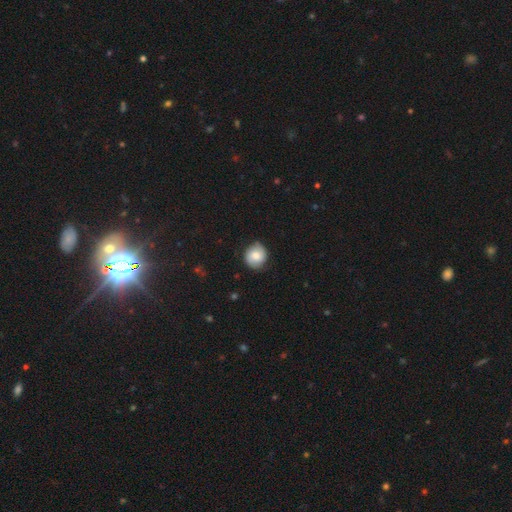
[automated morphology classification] Q: Smooth or featured?
A: smooth (70%); runner-up: featured or disk (23%)
Q: How rounded?
A: round (83%); runner-up: in between (16%)
Q: Merging?
A: none (81%); runner-up: minor disturbance (15%)